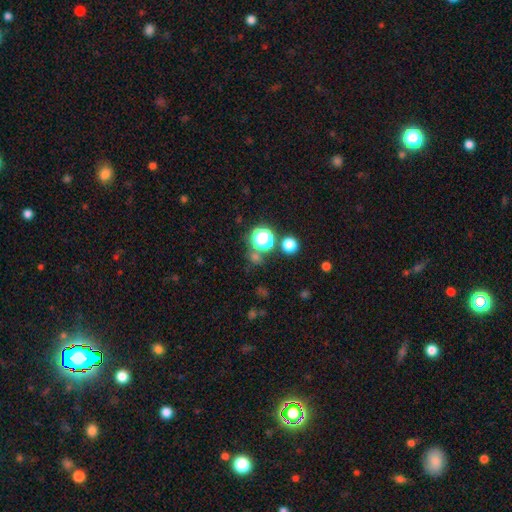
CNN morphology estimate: A star or artifact, not a galaxy (53%).

Vote fractions:
- Smooth or featured? star or artifact: 53% / smooth: 40% / featured or disk: 7%